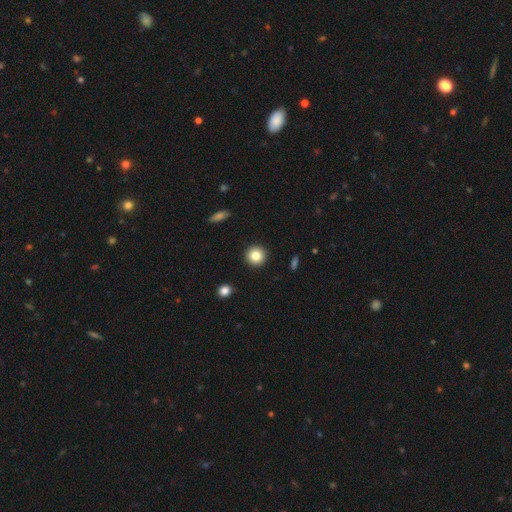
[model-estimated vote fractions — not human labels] The model was most divided on "smooth or featured": smooth: 84%, star or artifact: 10%, featured or disk: 6%. More confident: how rounded — round (94%); merging — none (93%).